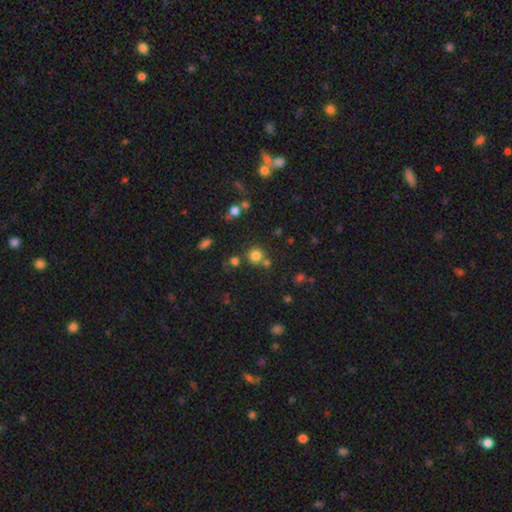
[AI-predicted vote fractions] The model was most divided on "merging": none: 70%, merger: 19%, minor disturbance: 8%, major disturbance: 4%. More confident: how rounded — round (91%); smooth or featured — smooth (75%).